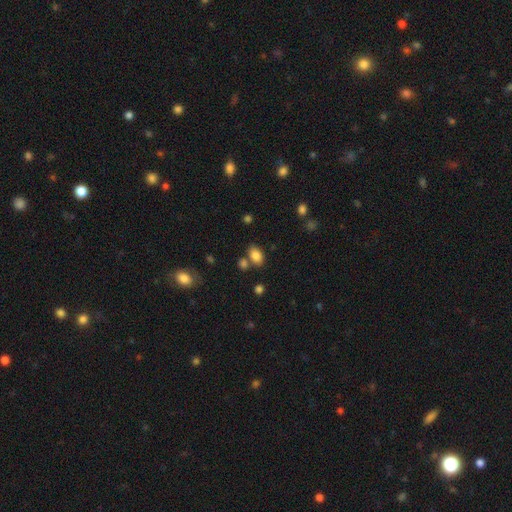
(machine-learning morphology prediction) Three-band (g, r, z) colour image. It shows a smooth galaxy with no disk features (84%) that is in between round and cigar-shaped (85%). Merging: none (65%).